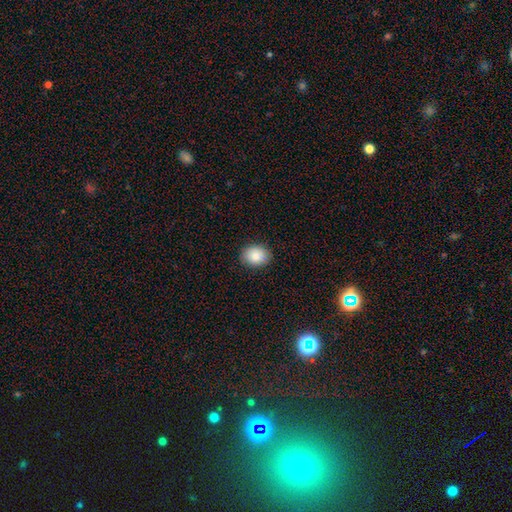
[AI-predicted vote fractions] The model was most divided on "how rounded": round: 50%, in between: 49%, cigar-shaped: 1%. More confident: merging — none (89%); smooth or featured — smooth (86%).